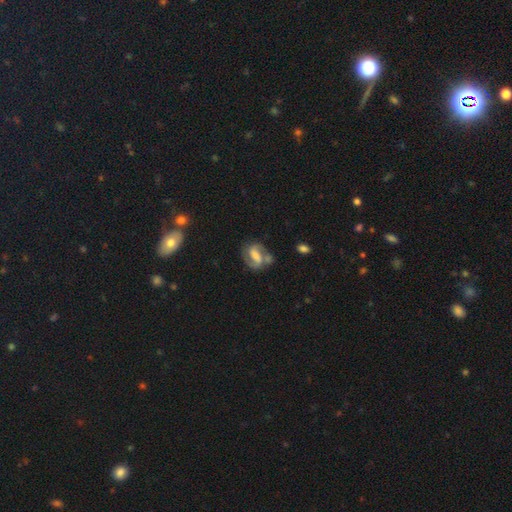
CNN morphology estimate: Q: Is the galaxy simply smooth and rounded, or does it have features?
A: featured or disk — 69%.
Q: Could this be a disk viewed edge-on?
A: no — 96%.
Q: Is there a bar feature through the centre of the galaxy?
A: strong — 48%.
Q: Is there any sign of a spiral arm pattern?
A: yes — 86%.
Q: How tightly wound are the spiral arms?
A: medium — 48%.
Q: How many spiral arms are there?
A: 2 — 82%.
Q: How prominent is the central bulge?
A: moderate — 30%.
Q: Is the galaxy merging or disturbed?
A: none — 56%.